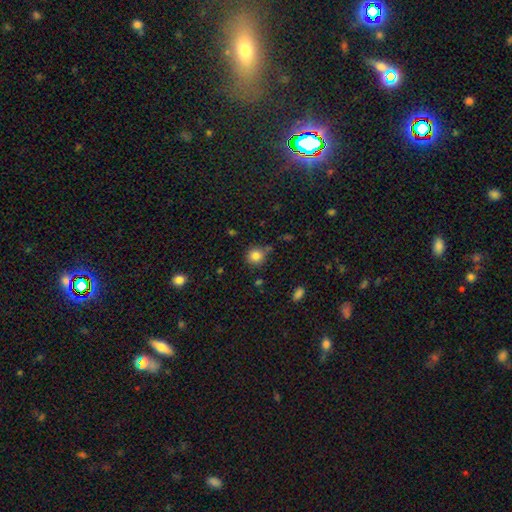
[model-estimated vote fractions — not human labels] Morphology: type=smooth (83%); roundness=round (91%); merging=none (76%).